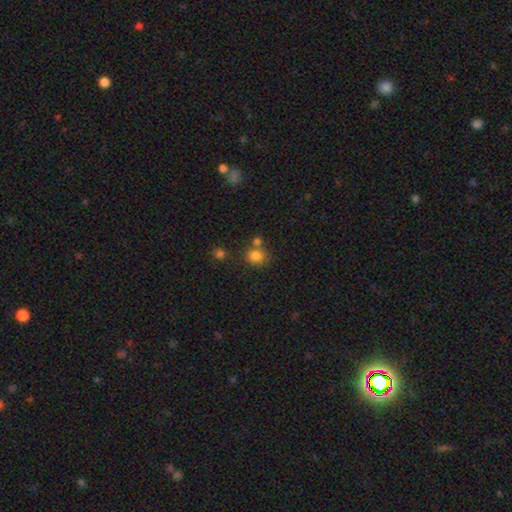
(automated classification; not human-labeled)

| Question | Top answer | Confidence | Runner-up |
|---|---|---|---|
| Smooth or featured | smooth | 81% | star or artifact (13%) |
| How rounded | round | 82% | in between (17%) |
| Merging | none | 64% | merger (22%) |